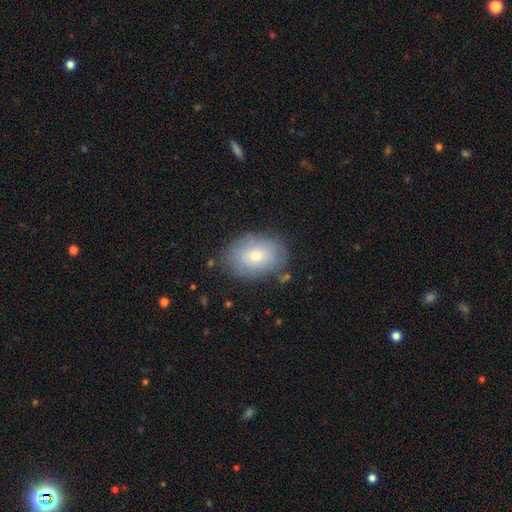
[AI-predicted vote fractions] Overall: smooth (66%; featured or disk 27%). How rounded: in between (78%). Merging: none (76%).